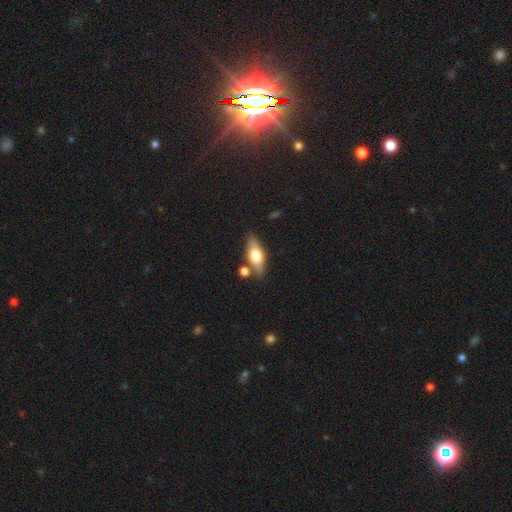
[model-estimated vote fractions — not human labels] Smooth or featured: smooth — 50% (featured or disk — 44%)
Merging: none — 76% (minor disturbance — 12%)